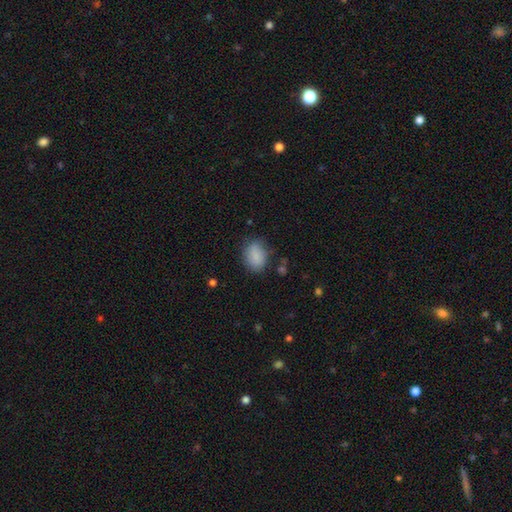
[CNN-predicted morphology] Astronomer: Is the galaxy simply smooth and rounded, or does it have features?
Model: smooth — 84%.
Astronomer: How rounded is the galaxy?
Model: in between — 68%.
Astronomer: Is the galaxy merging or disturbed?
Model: none — 69%.